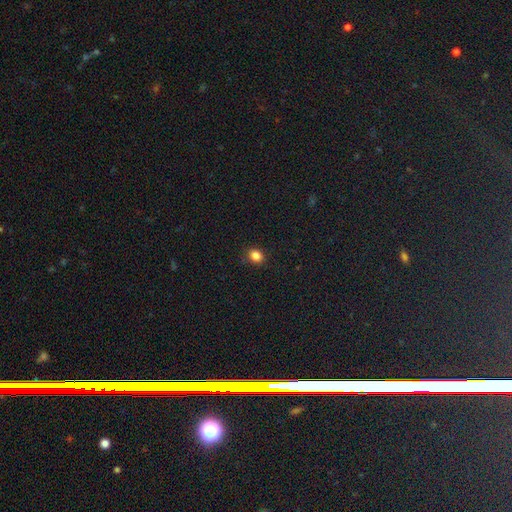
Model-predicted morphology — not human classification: This appears to be a smooth galaxy with no disk features (84%) that is round (58%). Merging: none (87%).